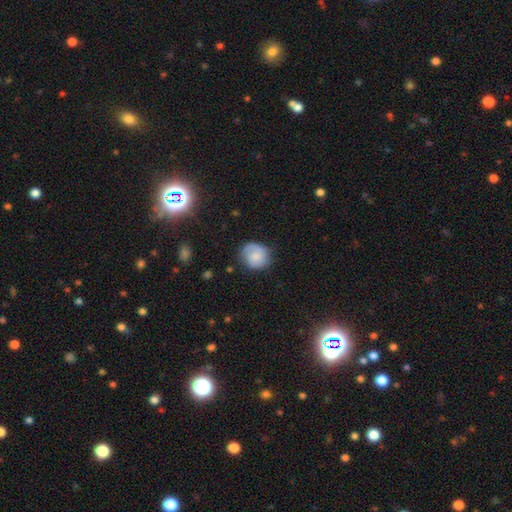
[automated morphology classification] smooth 64%, featured or disk 28%, star or artifact 8%. Down the decision tree: how rounded — round (79%); merging — none (69%).